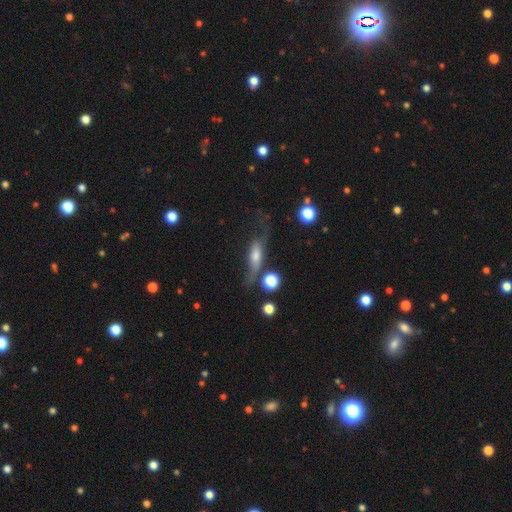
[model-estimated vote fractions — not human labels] Smooth or featured? featured or disk (52%)
Edge-on disk? yes (66%)
Merging? none (44%)